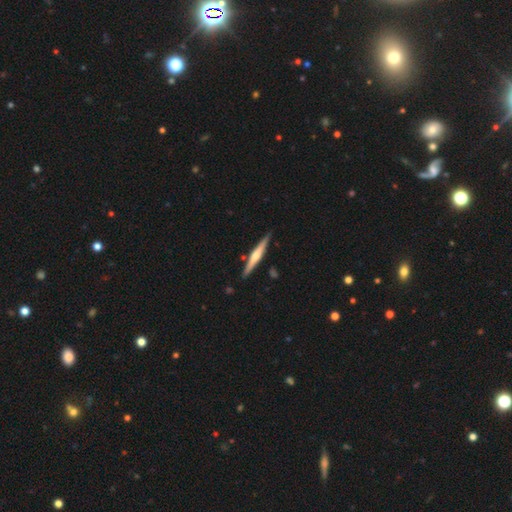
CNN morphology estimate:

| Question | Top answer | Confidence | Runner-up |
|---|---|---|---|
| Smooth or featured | featured or disk | 61% | smooth (34%) |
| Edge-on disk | yes | 98% | no (2%) |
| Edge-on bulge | rounded | 71% | none (16%) |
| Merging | none | 87% | minor disturbance (9%) |